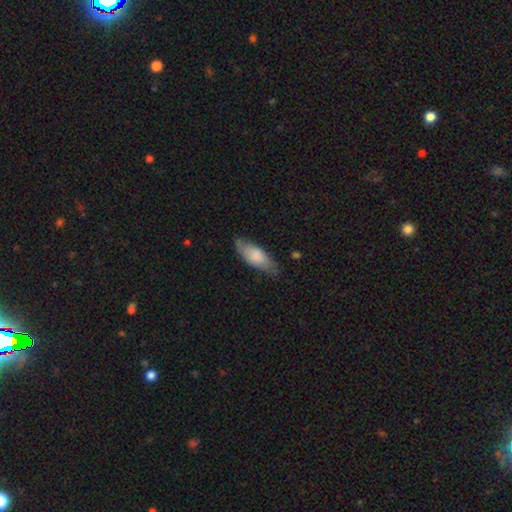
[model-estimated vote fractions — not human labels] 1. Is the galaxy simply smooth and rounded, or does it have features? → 75% smooth, 19% featured or disk, 6% star or artifact.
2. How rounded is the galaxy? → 73% in between, 26% cigar-shaped, 2% round.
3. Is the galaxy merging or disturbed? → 70% none, 24% minor disturbance, 5% major disturbance, 1% merger.